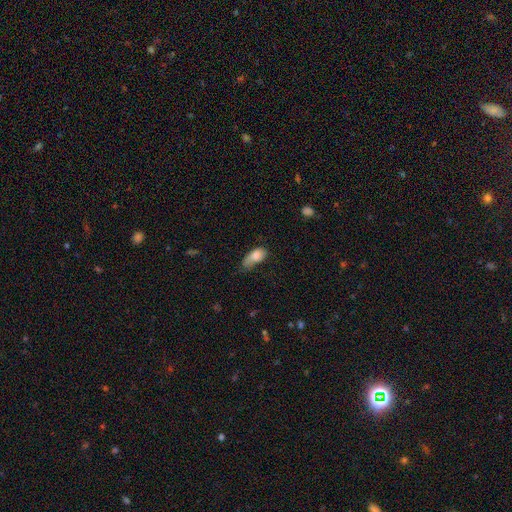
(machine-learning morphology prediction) smooth 80%, featured or disk 13%, star or artifact 8%. Down the decision tree: how rounded — in between (87%); merging — minor disturbance (42%).